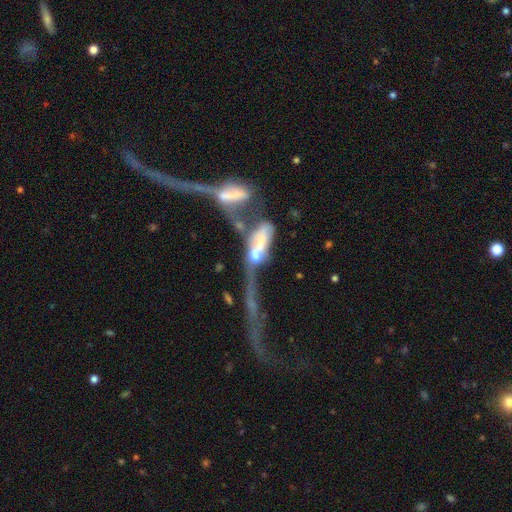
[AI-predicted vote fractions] This is possibly a featured or disk galaxy (51%). It is likely not viewed edge-on (72%). Merging: likely merger (63%).